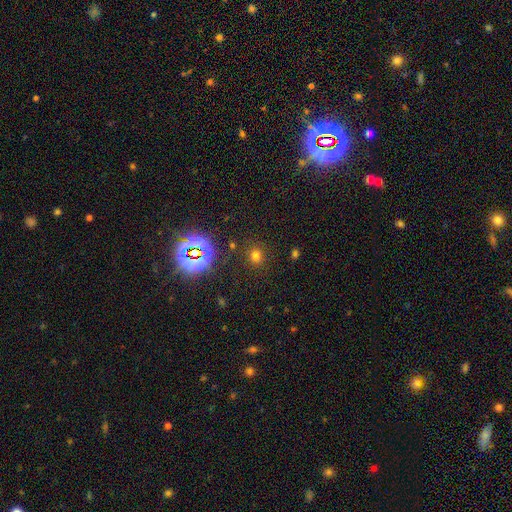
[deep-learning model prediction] Smooth or featured? smooth (66%)
How rounded? round (79%)
Merging? none (85%)